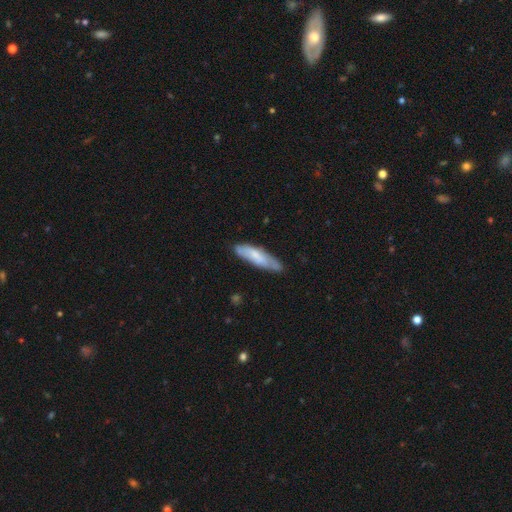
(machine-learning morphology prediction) smooth-or-featured: smooth: 62% | featured or disk: 33% | star or artifact: 6%
  how-rounded: cigar-shaped: 66% | in between: 33% | round: 1%
  merging: none: 69% | minor disturbance: 24% | major disturbance: 5% | merger: 2%